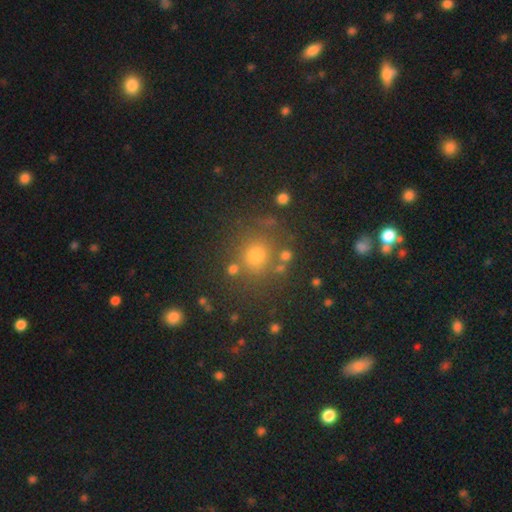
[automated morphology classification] Smooth or featured? smooth (71%)
How rounded? round (88%)
Merging? none (78%)